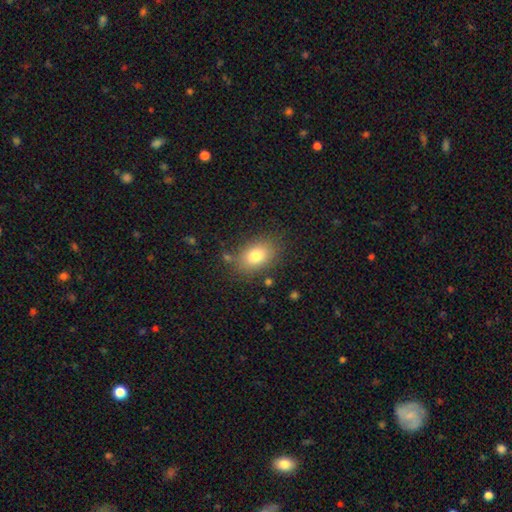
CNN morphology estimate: smooth 80%, featured or disk 10%, star or artifact 9%. Down the decision tree: how rounded — in between (81%); merging — none (80%).